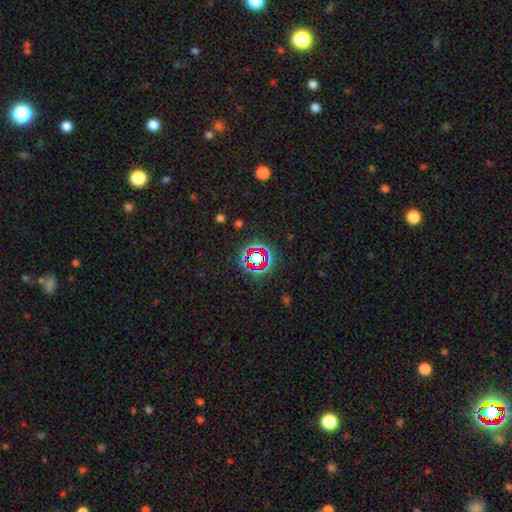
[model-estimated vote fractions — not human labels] This is likely a star or artifact rather than a galaxy (71%).